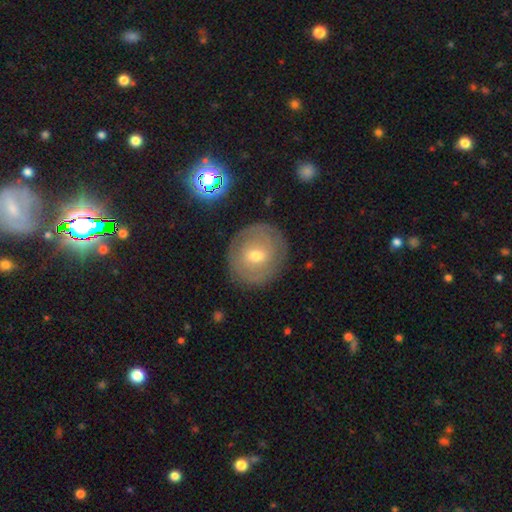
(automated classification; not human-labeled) Morphology: type=featured or disk (50%); merging=none (83%).